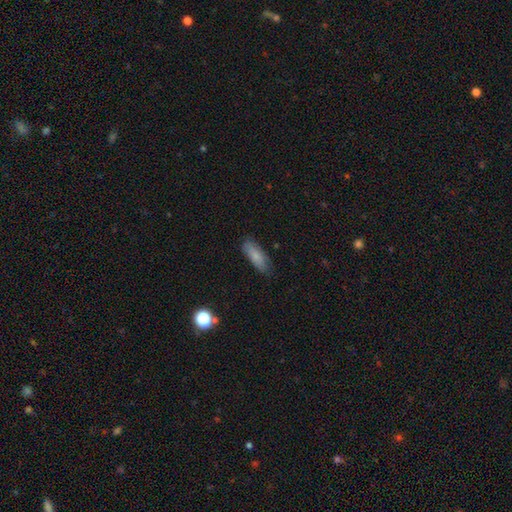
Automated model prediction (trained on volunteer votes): This appears to be a smooth galaxy with no disk features (82%) that is in between round and cigar-shaped (63%). Merging: none (80%).